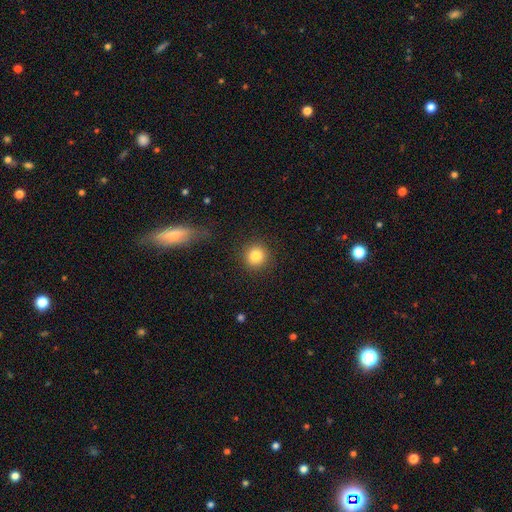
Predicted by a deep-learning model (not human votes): This is clearly a smooth galaxy (83%). How rounded: clearly round (92%). Merging: clearly none (89%).